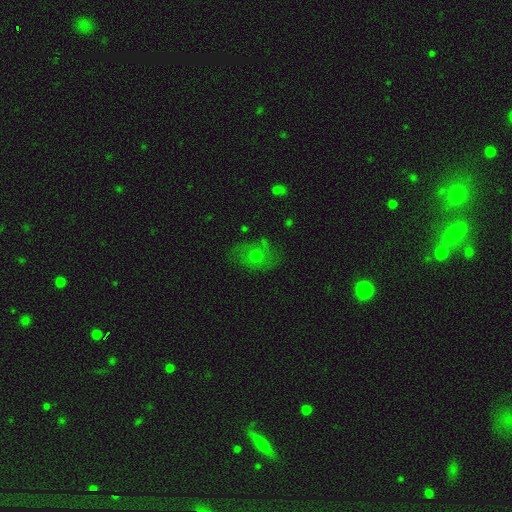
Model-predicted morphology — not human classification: type=smooth (43%); merging=none (61%).